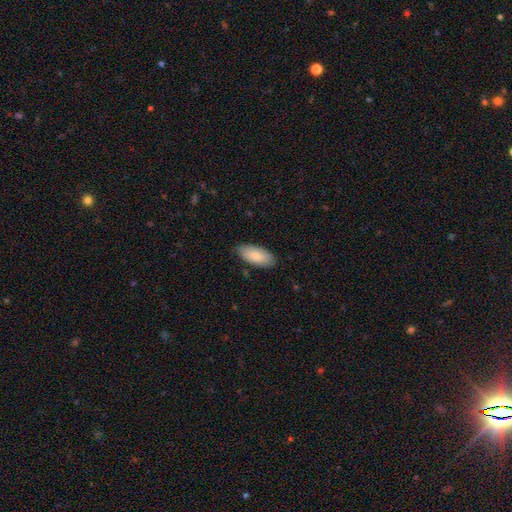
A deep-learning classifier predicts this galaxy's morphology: smooth 84%, featured or disk 11%, star or artifact 6%. Down the decision tree: how rounded — in between (91%); merging — none (82%).